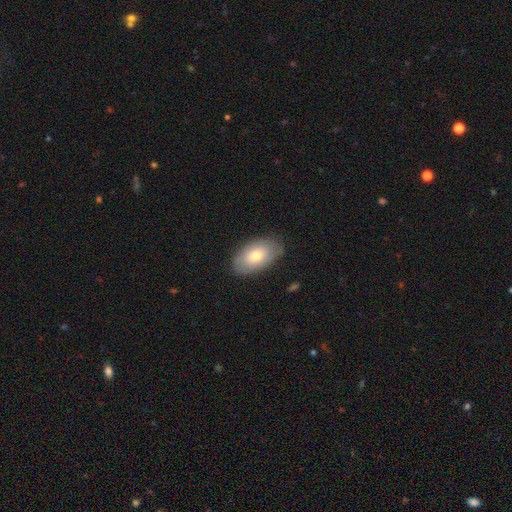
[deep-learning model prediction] smooth-or-featured: smooth: 70% | featured or disk: 24% | star or artifact: 6%
  how-rounded: in between: 94% | round: 5% | cigar-shaped: 2%
  merging: none: 81% | minor disturbance: 14% | major disturbance: 3% | merger: 1%